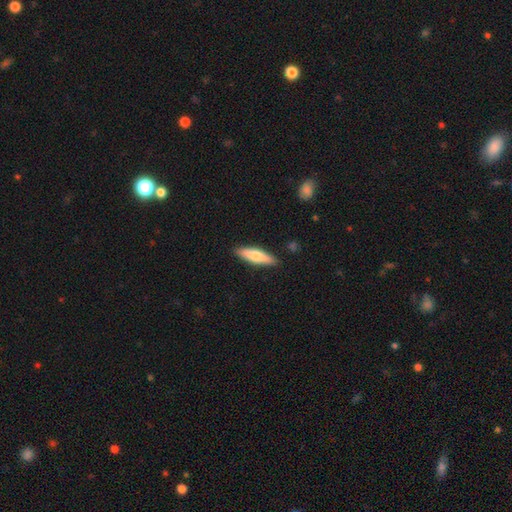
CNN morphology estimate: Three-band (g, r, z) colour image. It shows a smooth galaxy with no disk features (66%) that is cigar-shaped (67%). Merging: none (88%).